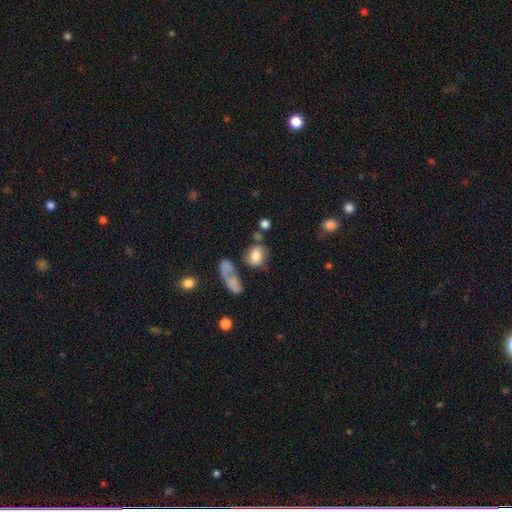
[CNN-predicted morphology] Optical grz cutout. It shows a smooth galaxy with no disk features (76%) that is in between round and cigar-shaped (51%). Merging: none (45%).